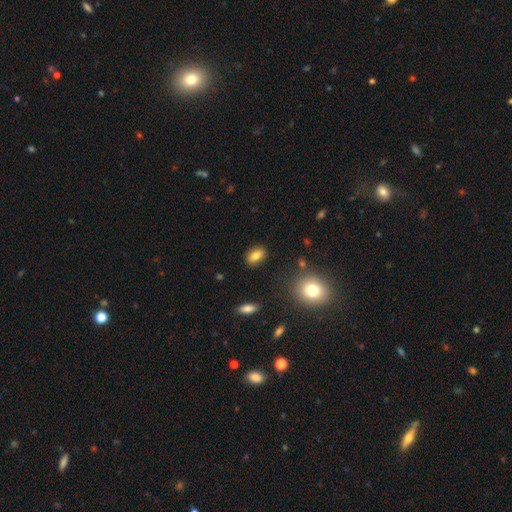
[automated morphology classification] Q: Smooth or featured?
A: smooth (80%); runner-up: featured or disk (11%)
Q: How rounded?
A: in between (85%); runner-up: round (11%)
Q: Merging?
A: none (87%); runner-up: minor disturbance (9%)